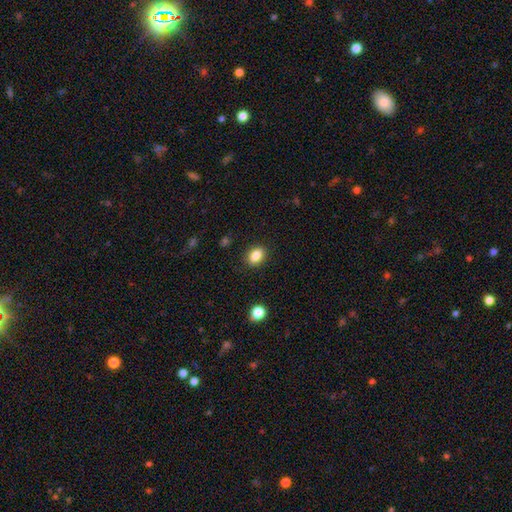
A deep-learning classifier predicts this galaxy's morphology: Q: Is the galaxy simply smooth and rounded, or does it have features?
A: smooth — 85%.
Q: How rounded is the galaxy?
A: in between — 73%.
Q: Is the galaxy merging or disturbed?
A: none — 88%.